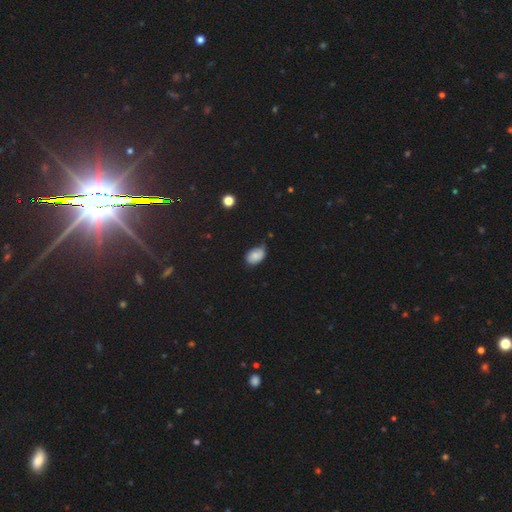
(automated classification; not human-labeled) smooth-or-featured: smooth: 75% | featured or disk: 15% | star or artifact: 10%
  how-rounded: in between: 83% | round: 15% | cigar-shaped: 1%
  merging: none: 46% | minor disturbance: 41% | major disturbance: 9% | merger: 3%